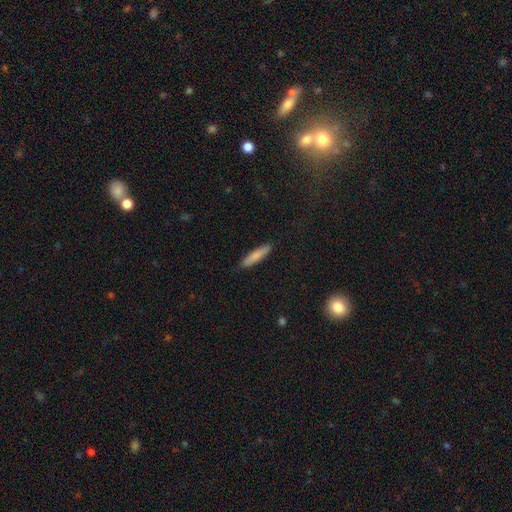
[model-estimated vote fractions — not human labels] smooth 80%, featured or disk 14%, star or artifact 6%. Down the decision tree: how rounded — cigar-shaped (81%); merging — none (88%).